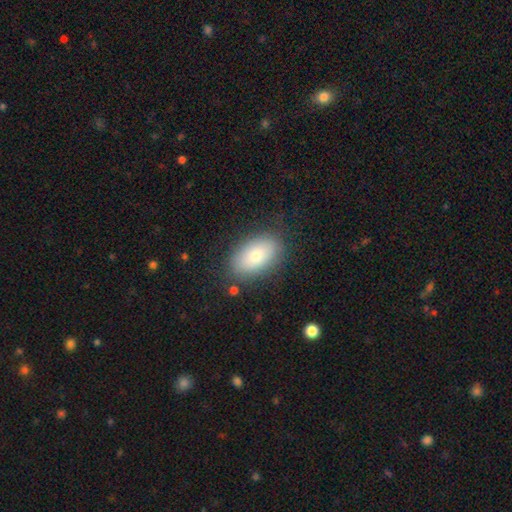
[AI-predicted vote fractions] smooth_or_featured: smooth (p=0.77) [alt: featured or disk p=0.15]
how_rounded: in between (p=0.92) [alt: round p=0.06]
merging: none (p=0.82) [alt: minor disturbance p=0.12]